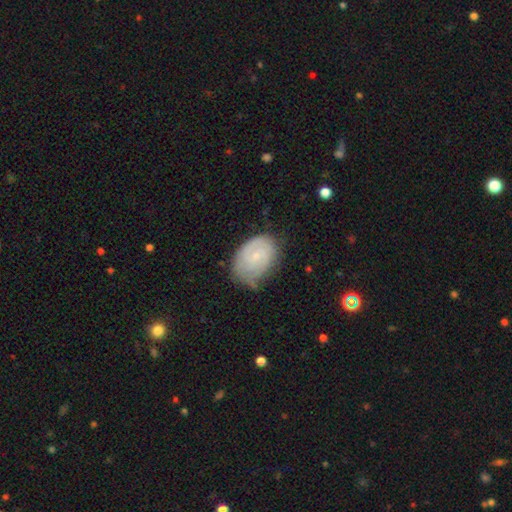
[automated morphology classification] Smooth or featured? Predicted: featured or disk (p=0.65). Edge-on disk? Predicted: no (p=0.97). Bar? Predicted: no (p=0.64). Spiral arms? Predicted: yes (p=0.88). Spiral winding? Predicted: tight (p=0.61). Spiral arm count? Predicted: 2 (p=0.41). Bulge size? Predicted: small (p=0.78). Merging? Predicted: none (p=0.62).